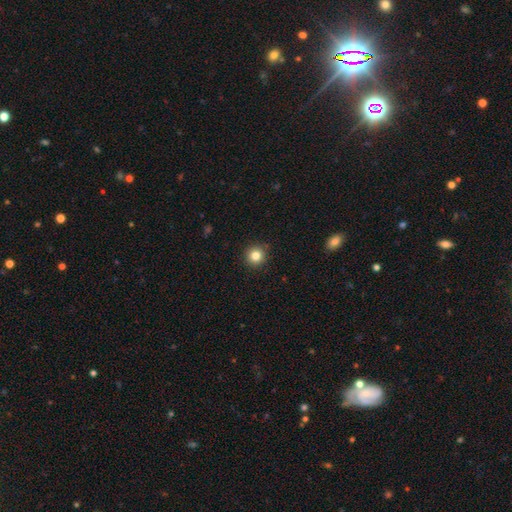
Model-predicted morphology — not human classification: A smooth galaxy with no disk features (83%) that is round (94%).

Vote fractions:
- Smooth or featured? smooth: 83% / star or artifact: 12% / featured or disk: 5%
- How rounded? round: 94% / in between: 5% / cigar-shaped: 1%
- Merging? none: 92% / minor disturbance: 5% / major disturbance: 2% / merger: 1%